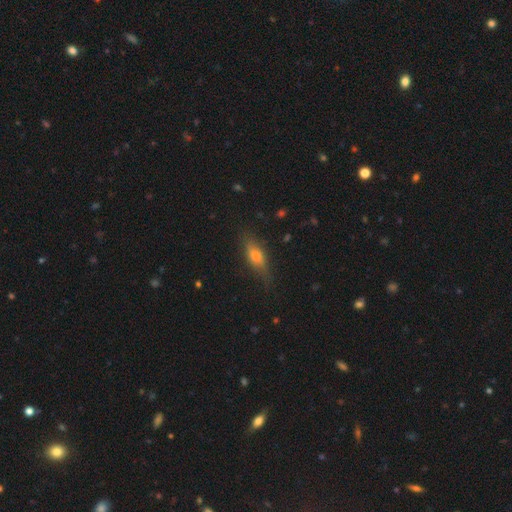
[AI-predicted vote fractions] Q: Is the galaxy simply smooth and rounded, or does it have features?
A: smooth — 53%.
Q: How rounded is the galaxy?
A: in between — 54%.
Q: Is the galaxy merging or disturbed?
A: none — 78%.